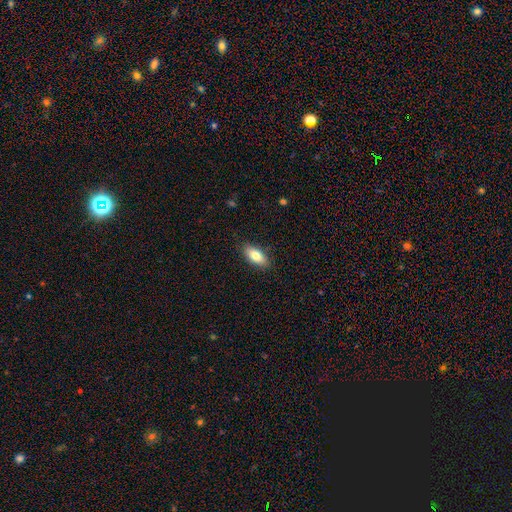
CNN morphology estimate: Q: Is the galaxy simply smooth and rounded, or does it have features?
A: smooth — 80%.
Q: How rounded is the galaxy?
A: in between — 86%.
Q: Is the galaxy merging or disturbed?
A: none — 87%.